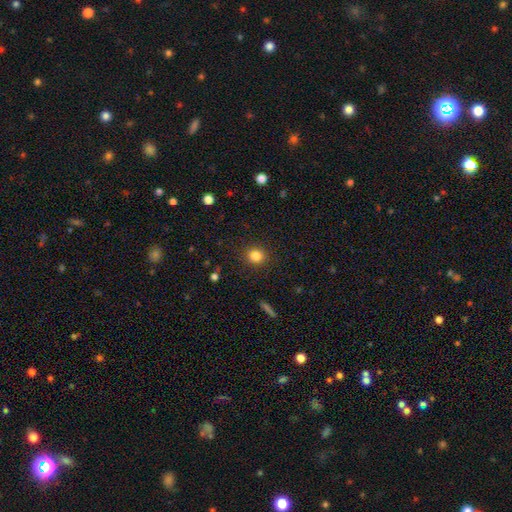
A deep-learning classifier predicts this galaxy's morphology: This appears to be a smooth galaxy with no disk features (83%) that is round (86%). Merging: none (90%).